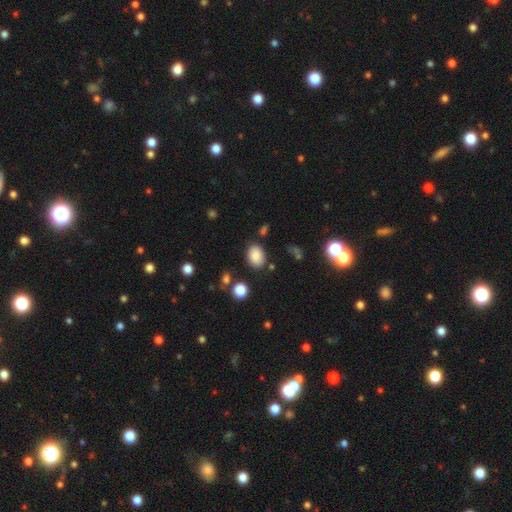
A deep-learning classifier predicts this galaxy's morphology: The model was most divided on "how rounded": in between: 74%, round: 25%, cigar-shaped: 1%. More confident: smooth or featured — smooth (85%); merging — none (81%).